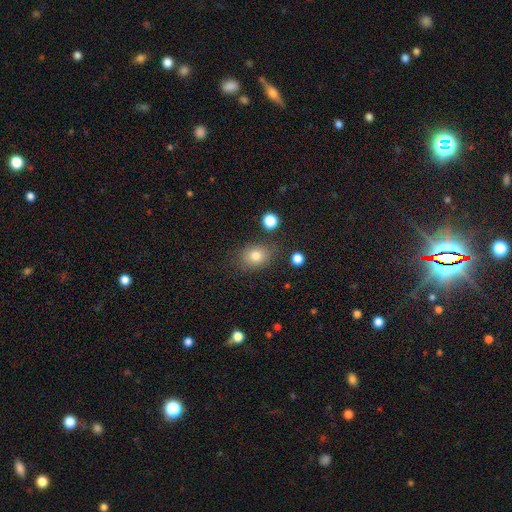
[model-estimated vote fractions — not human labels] This appears to be a smooth galaxy with no disk features (79%) that is in between round and cigar-shaped (56%). Merging: none (77%).